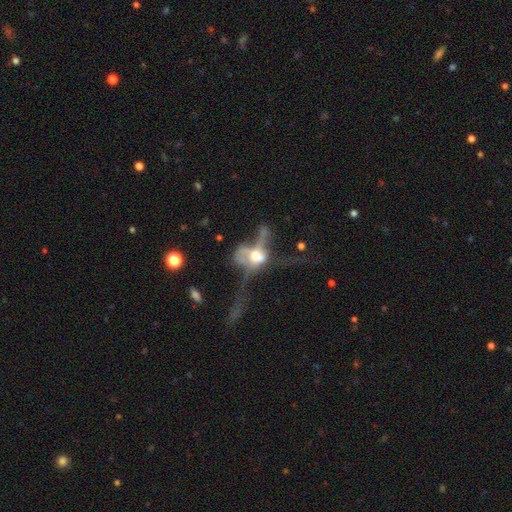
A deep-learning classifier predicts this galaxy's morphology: type=featured or disk (61%); edge-on=no (60%); merging=major disturbance (49%).